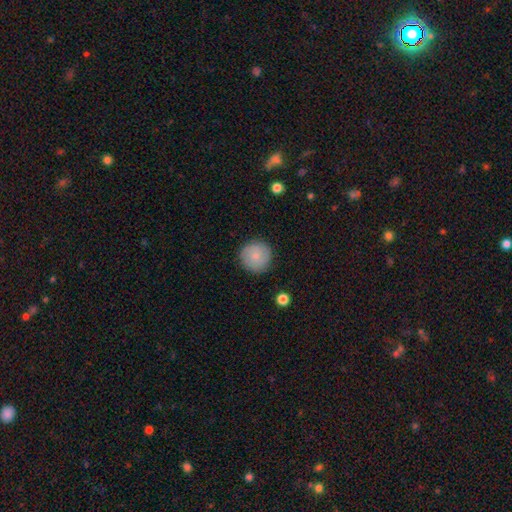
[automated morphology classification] Overall: smooth (78%). How rounded: round (95%). Merging: none (88%).